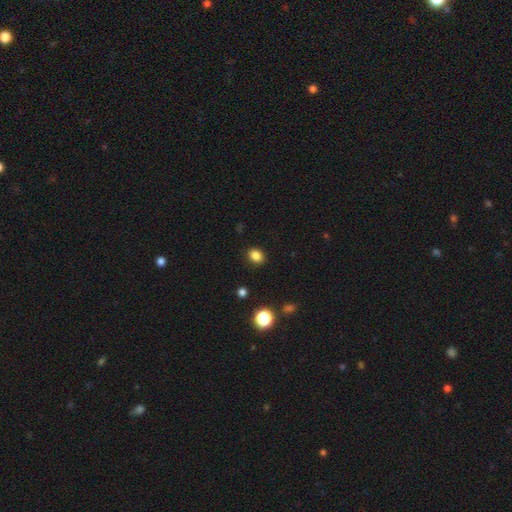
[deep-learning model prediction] Morphology: type=smooth (84%); roundness=in between (51%); merging=none (89%).